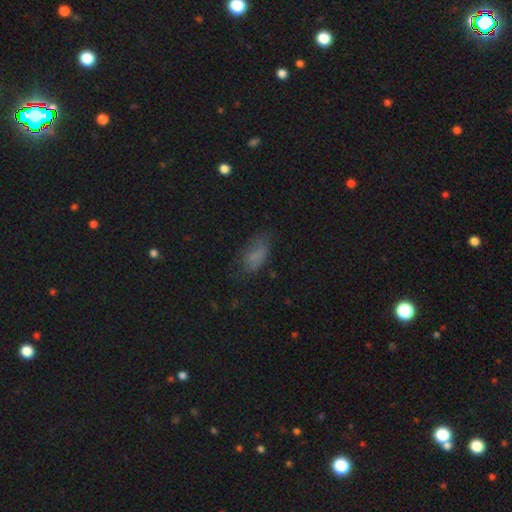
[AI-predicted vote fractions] smooth_or_featured: smooth (p=0.71) [alt: featured or disk p=0.15]
how_rounded: in between (p=0.88) [alt: cigar-shaped p=0.07]
merging: none (p=0.58) [alt: minor disturbance p=0.26]